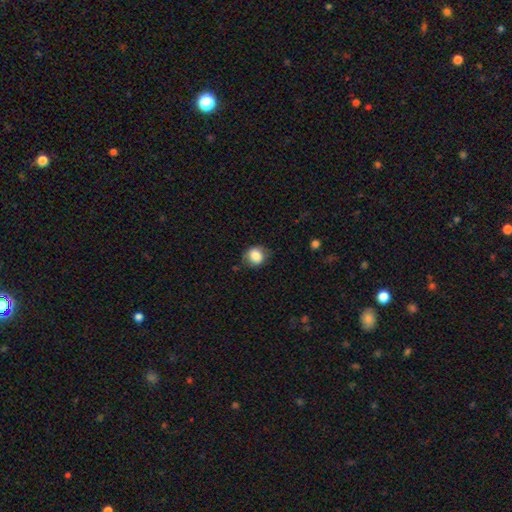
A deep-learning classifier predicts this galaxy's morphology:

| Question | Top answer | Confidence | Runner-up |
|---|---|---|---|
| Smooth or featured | smooth | 83% | featured or disk (8%) |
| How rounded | round | 70% | in between (30%) |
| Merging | none | 69% | minor disturbance (23%) |